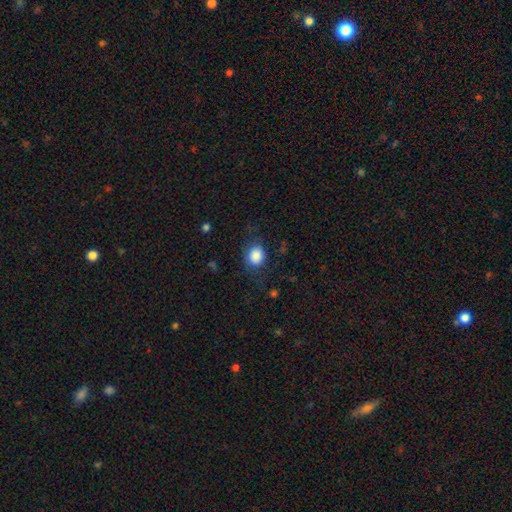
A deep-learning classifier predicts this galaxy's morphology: smooth_or_featured: smooth (p=0.86) [alt: star or artifact p=0.08]
how_rounded: round (p=0.61) [alt: in between p=0.38]
merging: none (p=0.73) [alt: minor disturbance p=0.17]